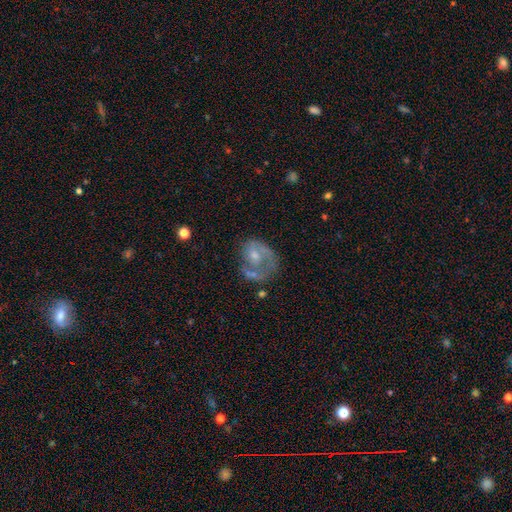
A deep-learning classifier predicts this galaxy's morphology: A featured or disk galaxy (61%) with no bar (73%), spiral arms (58%) and a moderate central bulge (44%). Merging: none (35%).